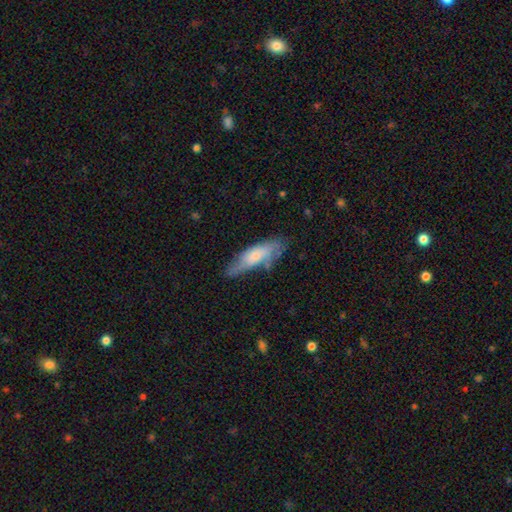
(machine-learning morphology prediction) A smooth galaxy with no disk features (60%) that is cigar-shaped (52%). Merging: none (58%).